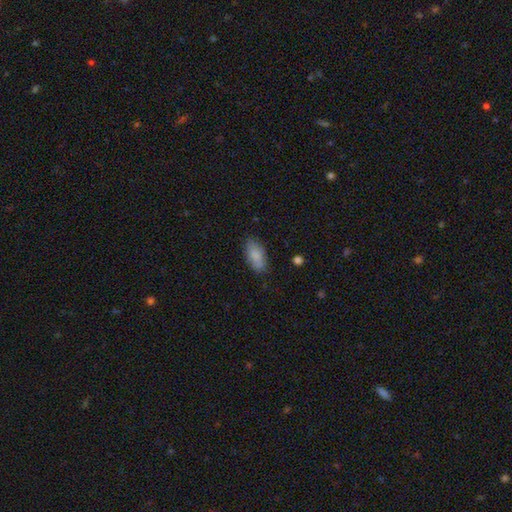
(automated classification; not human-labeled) smooth_or_featured: smooth (p=0.84) [alt: featured or disk p=0.09]
how_rounded: in between (p=0.88) [alt: cigar-shaped p=0.09]
merging: none (p=0.80) [alt: minor disturbance p=0.15]